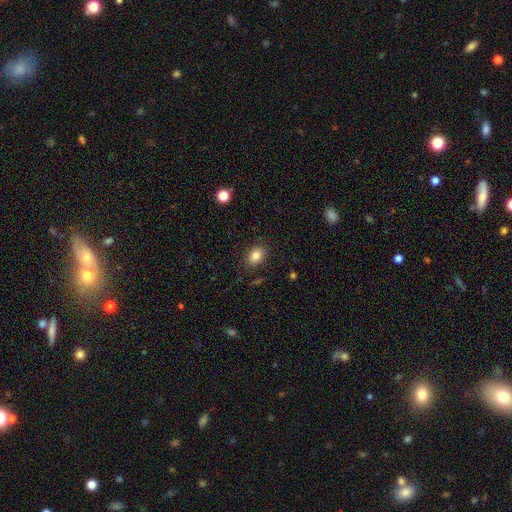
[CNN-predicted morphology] smooth-or-featured: smooth: 83% | star or artifact: 10% | featured or disk: 7%
  how-rounded: in between: 66% | round: 33% | cigar-shaped: 1%
  merging: none: 85% | minor disturbance: 10% | major disturbance: 3% | merger: 1%